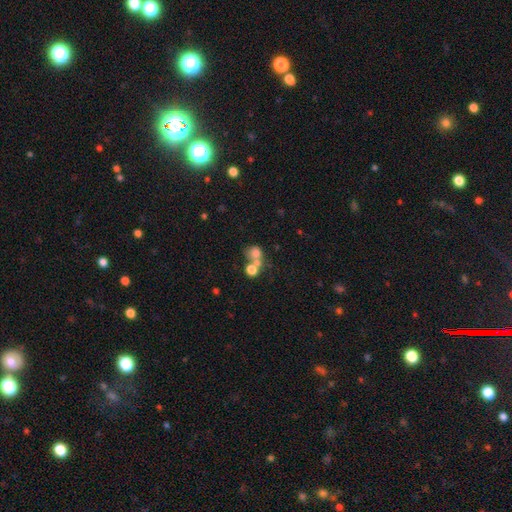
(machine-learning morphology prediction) Smooth or featured? Predicted: smooth (p=0.68). How rounded? Predicted: round (p=0.72). Merging? Predicted: merger (p=0.55).